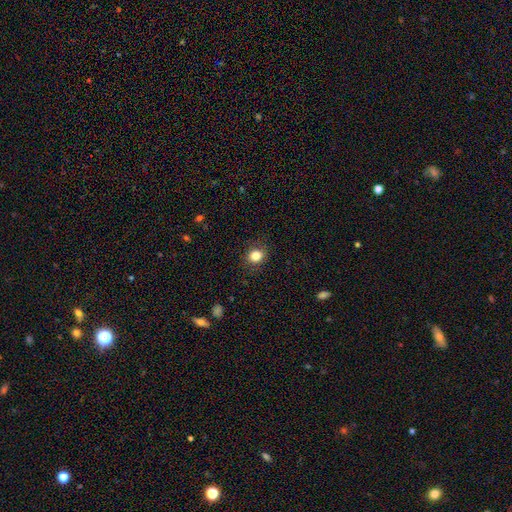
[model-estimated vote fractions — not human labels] smooth 83%, star or artifact 11%, featured or disk 6%. Down the decision tree: how rounded — round (65%); merging — none (87%).